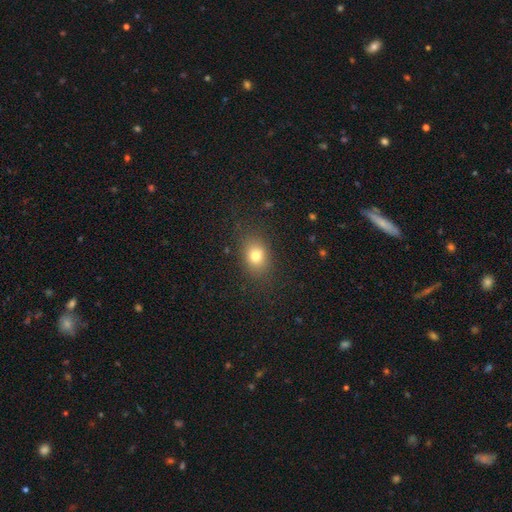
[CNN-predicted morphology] A smooth galaxy with no disk features (76%) that is in between round and cigar-shaped (56%).

Vote fractions:
- Smooth or featured? smooth: 76% / star or artifact: 13% / featured or disk: 10%
- How rounded? in between: 56% / round: 42% / cigar-shaped: 1%
- Merging? none: 82% / minor disturbance: 12% / major disturbance: 5% / merger: 1%